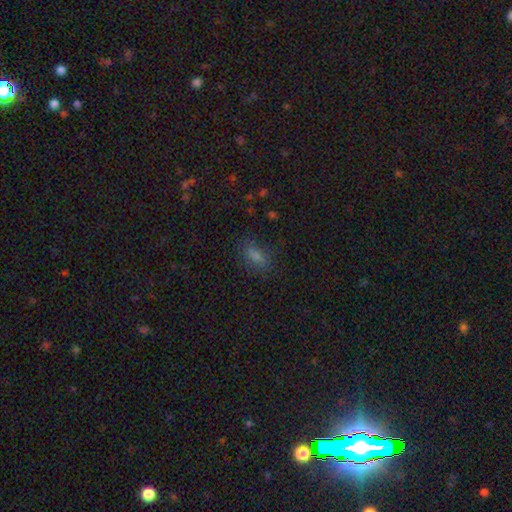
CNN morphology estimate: A smooth galaxy with no disk features (76%) that is in between round and cigar-shaped (78%).

Vote fractions:
- Smooth or featured? smooth: 76% / star or artifact: 16% / featured or disk: 8%
- How rounded? in between: 78% / cigar-shaped: 15% / round: 6%
- Merging? none: 76% / minor disturbance: 16% / major disturbance: 7% / merger: 2%